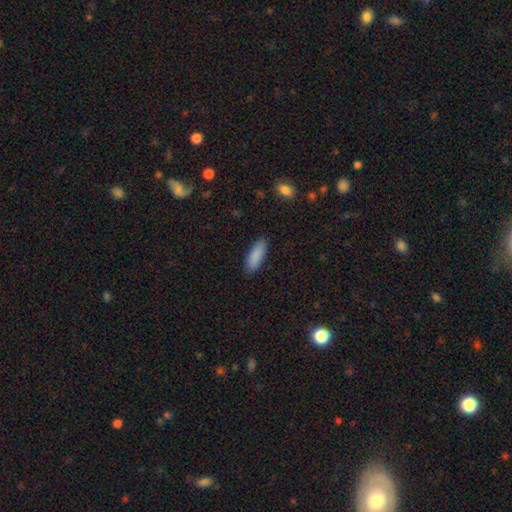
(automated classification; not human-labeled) smooth-or-featured: smooth: 89% | star or artifact: 6% | featured or disk: 5%
  how-rounded: in between: 66% | cigar-shaped: 33% | round: 2%
  merging: none: 86% | minor disturbance: 11% | major disturbance: 2% | merger: 1%